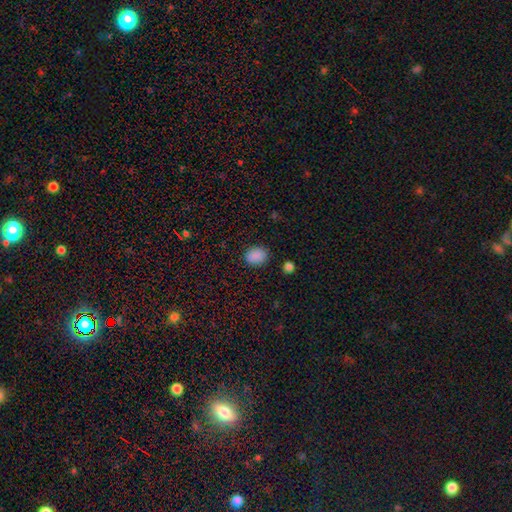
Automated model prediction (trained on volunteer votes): A smooth galaxy with no disk features (87%) that is in between round and cigar-shaped (51%).

Vote fractions:
- Smooth or featured? smooth: 87% / star or artifact: 10% / featured or disk: 3%
- How rounded? in between: 51% / round: 48% / cigar-shaped: 1%
- Merging? none: 85% / minor disturbance: 11% / major disturbance: 3% / merger: 2%